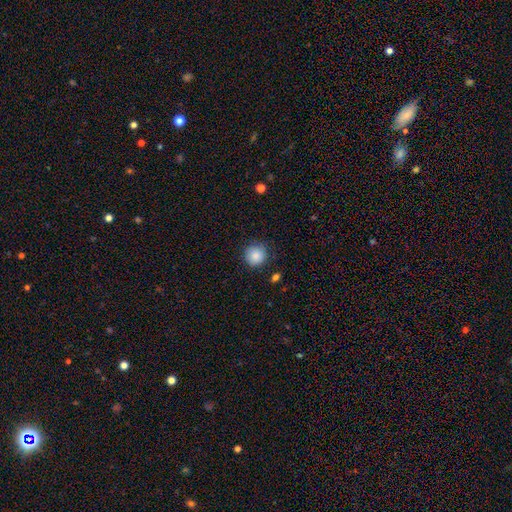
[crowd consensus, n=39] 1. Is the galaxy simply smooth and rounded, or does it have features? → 90% smooth, 10% star or artifact, 0% featured or disk.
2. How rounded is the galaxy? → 91% round, 9% in between, 0% cigar-shaped.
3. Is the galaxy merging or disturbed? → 89% none, 9% minor disturbance, 3% major disturbance, 0% merger.